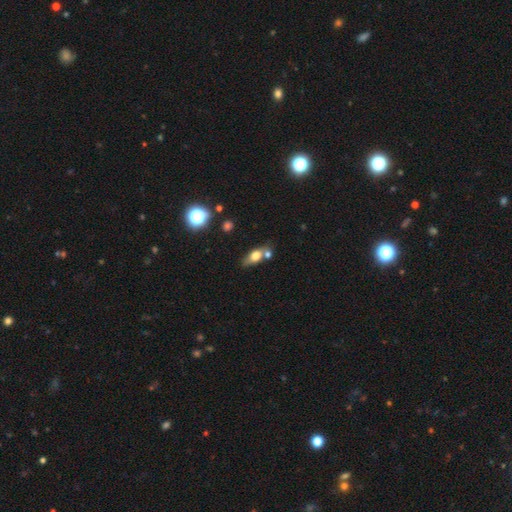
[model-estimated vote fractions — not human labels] The model was most divided on "merging": none: 58%, merger: 22%, minor disturbance: 15%, major disturbance: 5%. More confident: how rounded — in between (71%); smooth or featured — smooth (64%).